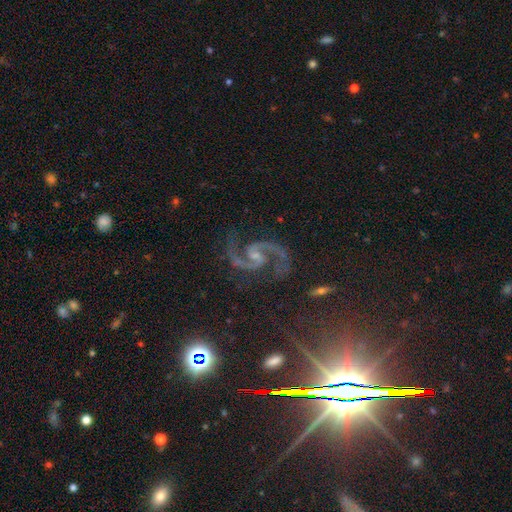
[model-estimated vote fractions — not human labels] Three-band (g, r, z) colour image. It shows a featured or disk galaxy (93%) with a weak bar (44%), 2 (95%) medium (65%) spiral arms (99%) and a small central bulge (61%). Merging: none (78%).